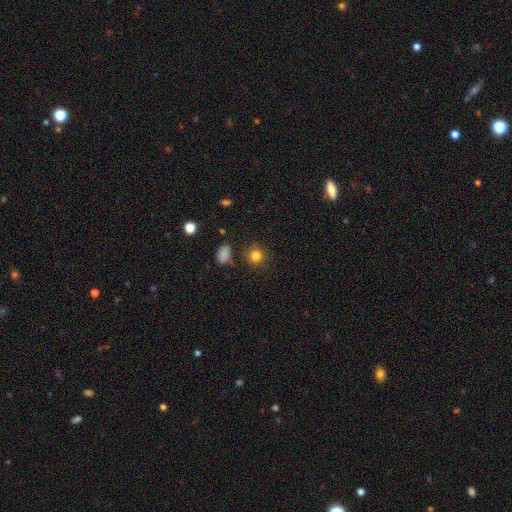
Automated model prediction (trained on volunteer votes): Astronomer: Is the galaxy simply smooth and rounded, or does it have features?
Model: smooth — 83%.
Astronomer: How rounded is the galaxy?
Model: round — 87%.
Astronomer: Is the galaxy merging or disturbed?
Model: none — 83%.